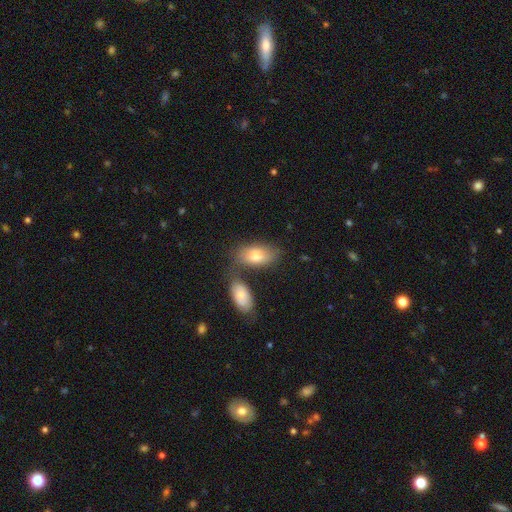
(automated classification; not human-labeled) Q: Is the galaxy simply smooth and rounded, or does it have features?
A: smooth — 74%.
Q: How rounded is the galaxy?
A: in between — 91%.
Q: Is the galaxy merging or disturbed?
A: none — 48%.